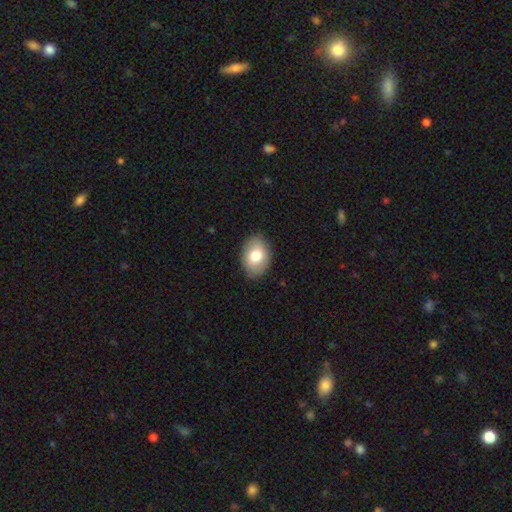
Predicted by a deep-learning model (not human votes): smooth_or_featured: smooth (p=0.76) [alt: featured or disk p=0.17]
how_rounded: in between (p=0.84) [alt: round p=0.15]
merging: none (p=0.86) [alt: minor disturbance p=0.11]